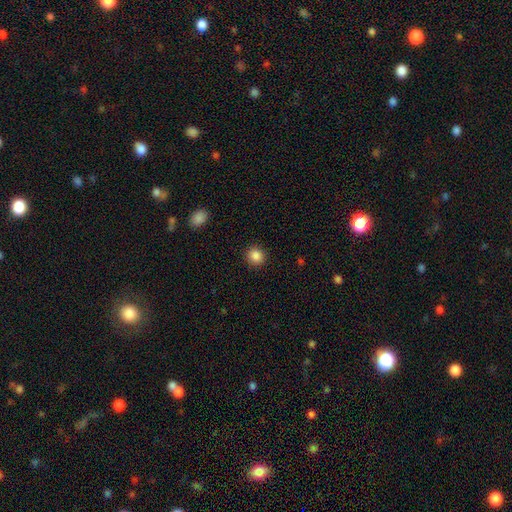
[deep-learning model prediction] Smooth or featured: smooth — 87% (star or artifact — 10%)
How rounded: round — 88% (in between — 11%)
Merging: none — 91% (minor disturbance — 6%)